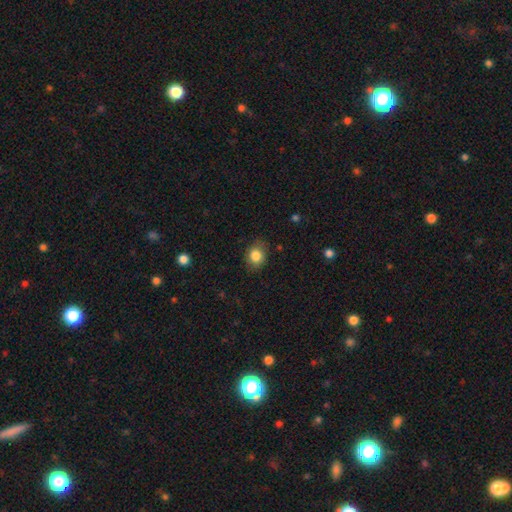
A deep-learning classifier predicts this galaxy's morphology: Q: Smooth or featured?
A: smooth (85%); runner-up: star or artifact (9%)
Q: How rounded?
A: round (56%); runner-up: in between (43%)
Q: Merging?
A: none (80%); runner-up: minor disturbance (15%)